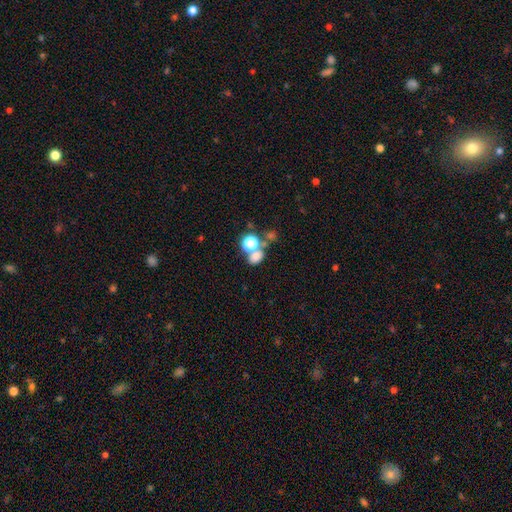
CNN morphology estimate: smooth-or-featured: smooth: 69% | star or artifact: 20% | featured or disk: 11%
  how-rounded: in between: 55% | round: 43% | cigar-shaped: 1%
  merging: none: 43% | merger: 42% | minor disturbance: 9% | major disturbance: 6%